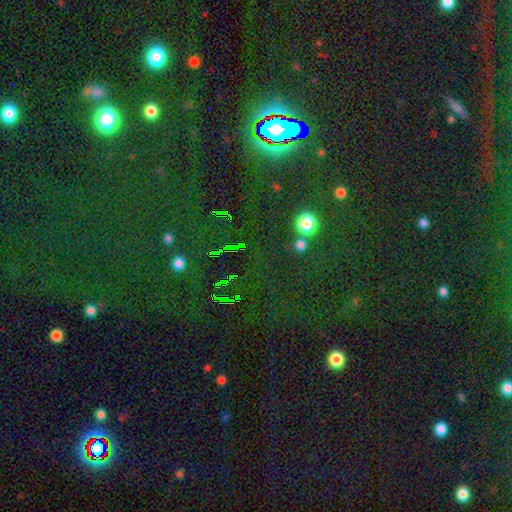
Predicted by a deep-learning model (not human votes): This is clearly a star or artifact rather than a galaxy (82%).